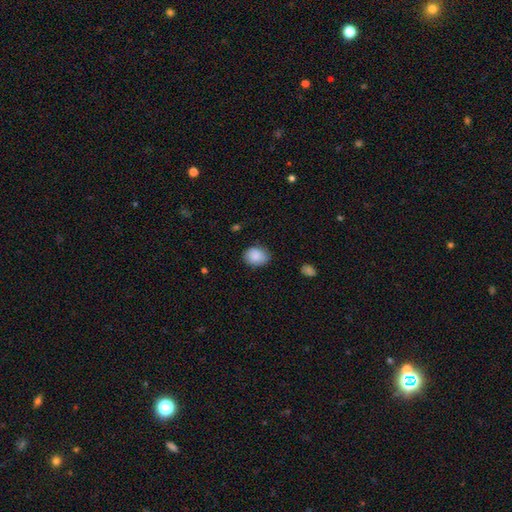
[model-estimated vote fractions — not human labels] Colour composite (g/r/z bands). It shows a smooth galaxy with no disk features (87%) that is in between round and cigar-shaped (50%). Merging: none (75%).